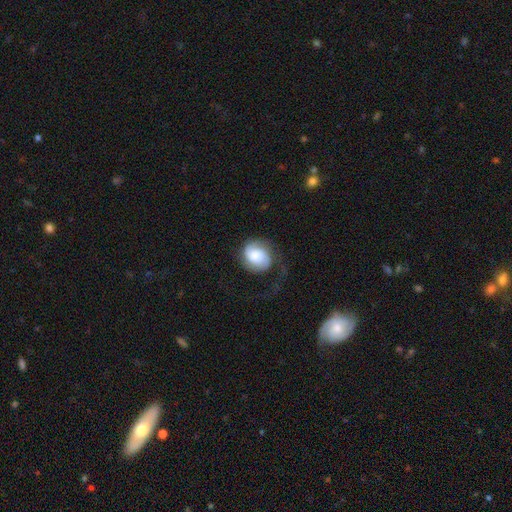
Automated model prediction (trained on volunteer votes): This appears to be a featured or disk galaxy (60%) with no bar (65%), 2 (67%) medium (38%) spiral arms (92%) and a moderate central bulge (39%). Merging: none (46%).